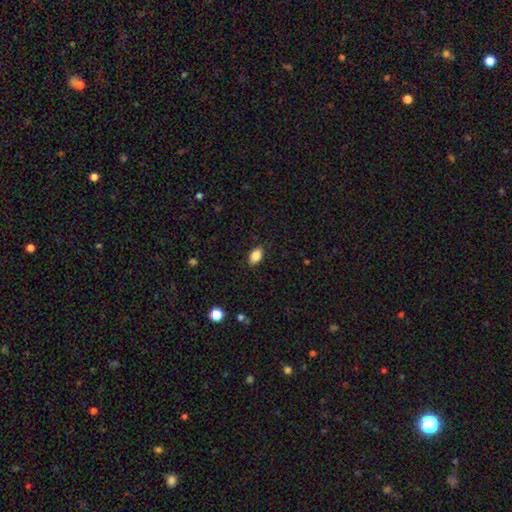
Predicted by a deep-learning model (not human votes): The model was most divided on "smooth or featured": smooth: 87%, star or artifact: 8%, featured or disk: 5%. More confident: how rounded — in between (89%); merging — none (88%).